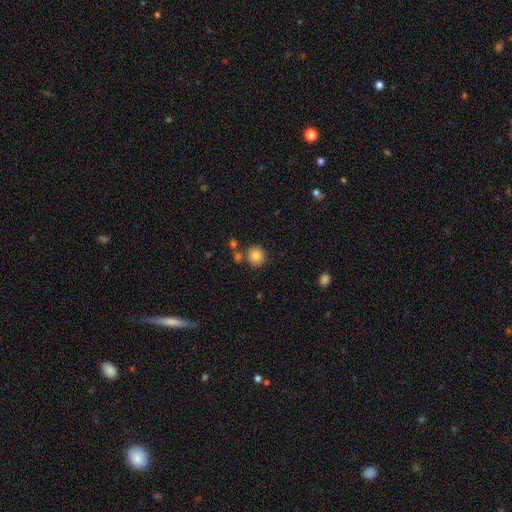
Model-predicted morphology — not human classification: Smooth or featured? smooth (83%)
How rounded? round (90%)
Merging? none (77%)